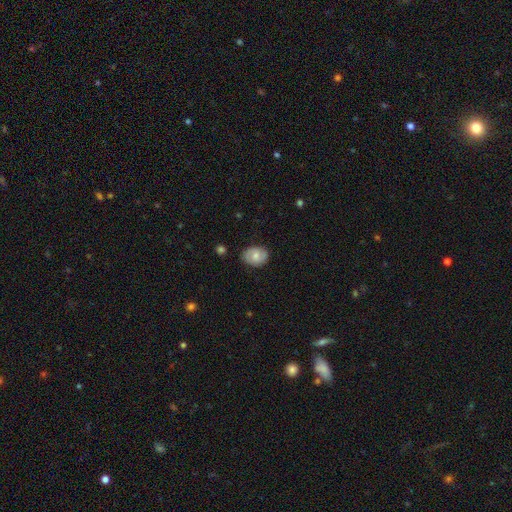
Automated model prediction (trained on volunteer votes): A smooth galaxy with no disk features (71%) that is in between round and cigar-shaped (66%).

Vote fractions:
- Smooth or featured? smooth: 71% / featured or disk: 21% / star or artifact: 7%
- How rounded? in between: 66% / round: 33% / cigar-shaped: 1%
- Merging? none: 82% / minor disturbance: 15% / major disturbance: 3% / merger: 1%